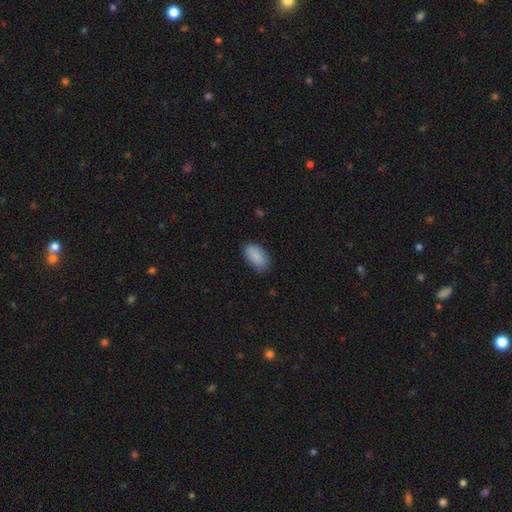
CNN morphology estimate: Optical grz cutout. It shows a smooth galaxy with no disk features (89%) that is in between round and cigar-shaped (93%). Merging: none (79%).